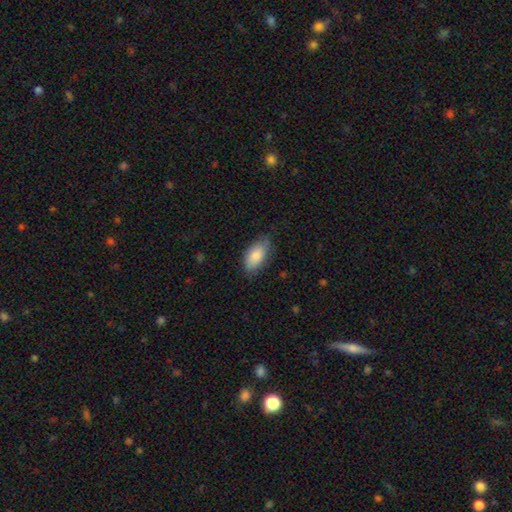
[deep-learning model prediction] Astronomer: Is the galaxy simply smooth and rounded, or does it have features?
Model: smooth — 84%.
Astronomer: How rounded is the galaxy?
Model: in between — 92%.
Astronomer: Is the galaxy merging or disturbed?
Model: none — 75%.